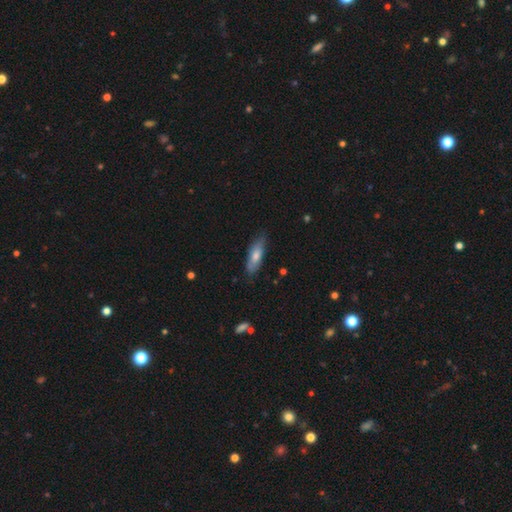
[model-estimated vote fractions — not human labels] Morphology: type=smooth (69%); roundness=in between (54%); merging=none (74%).